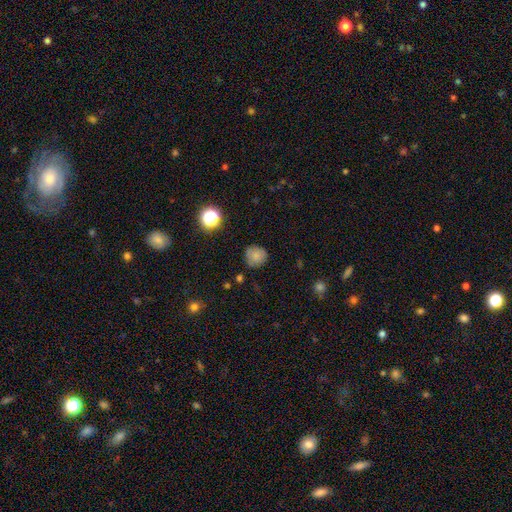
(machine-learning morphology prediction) smooth 77%, star or artifact 13%, featured or disk 10%. Down the decision tree: how rounded — round (89%); merging — none (76%).